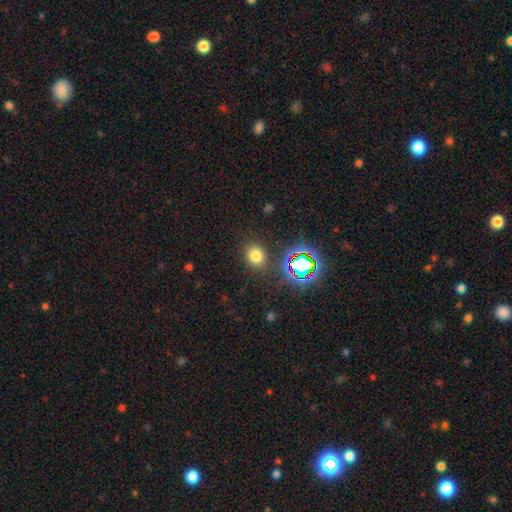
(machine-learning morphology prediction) Smooth or featured: smooth — 71% (star or artifact — 22%)
How rounded: round — 66% (in between — 33%)
Merging: none — 84% (minor disturbance — 9%)